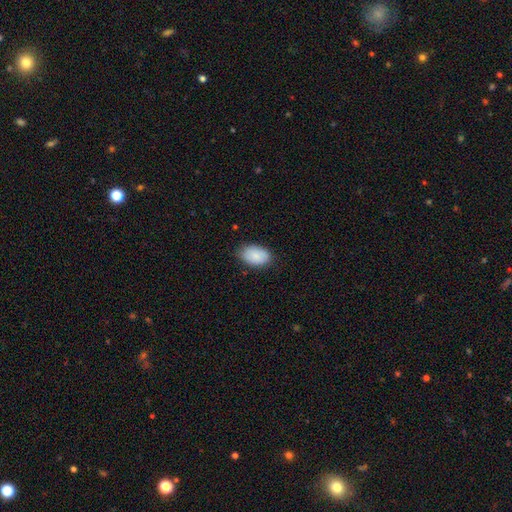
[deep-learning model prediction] smooth-or-featured: smooth: 87% | featured or disk: 7% | star or artifact: 6%
  how-rounded: in between: 93% | round: 6% | cigar-shaped: 1%
  merging: none: 81% | minor disturbance: 16% | major disturbance: 3% | merger: 1%